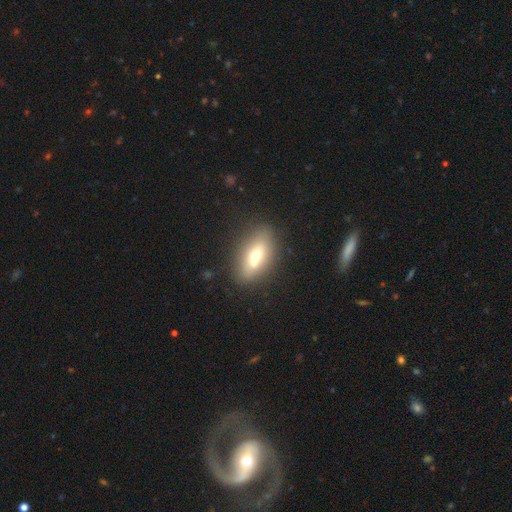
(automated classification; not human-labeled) Overall: smooth (57%; featured or disk 33%). How rounded: in between (78%). Merging: none (69%).